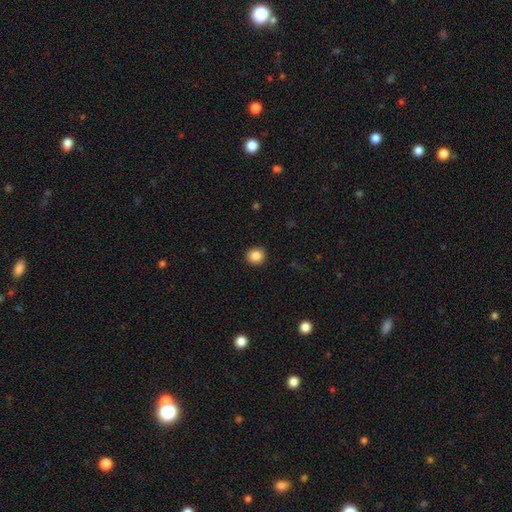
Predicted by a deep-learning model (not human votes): Q: Smooth or featured?
A: smooth (86%); runner-up: star or artifact (9%)
Q: How rounded?
A: round (89%); runner-up: in between (10%)
Q: Merging?
A: none (92%); runner-up: minor disturbance (5%)